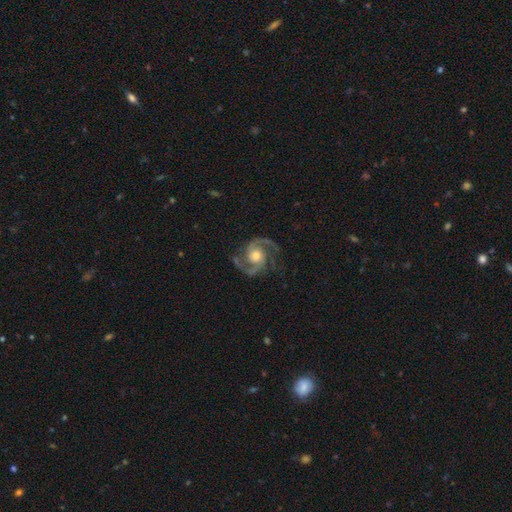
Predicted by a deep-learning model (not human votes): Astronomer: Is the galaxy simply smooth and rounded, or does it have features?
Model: featured or disk — 92%.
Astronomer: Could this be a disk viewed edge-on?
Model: no — 98%.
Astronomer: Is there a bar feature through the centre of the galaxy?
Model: no — 68%.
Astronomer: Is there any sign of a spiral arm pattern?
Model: yes — 98%.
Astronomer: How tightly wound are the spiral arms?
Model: medium — 62%.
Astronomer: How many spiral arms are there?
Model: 2 — 86%.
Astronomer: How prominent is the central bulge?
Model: moderate — 66%.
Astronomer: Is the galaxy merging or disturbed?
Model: none — 77%.